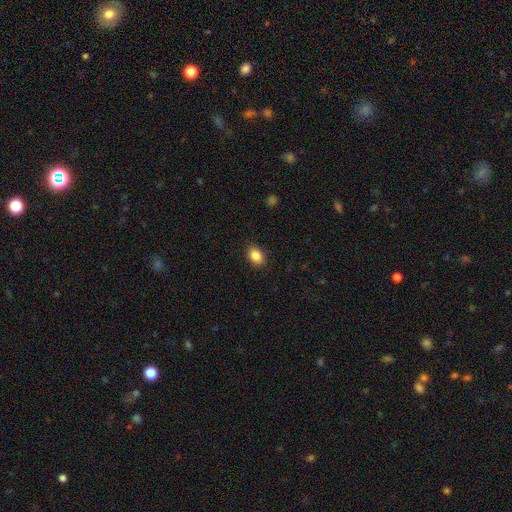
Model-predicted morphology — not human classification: Smooth or featured: smooth — 87% (star or artifact — 8%)
How rounded: in between — 83% (round — 16%)
Merging: none — 88% (minor disturbance — 9%)